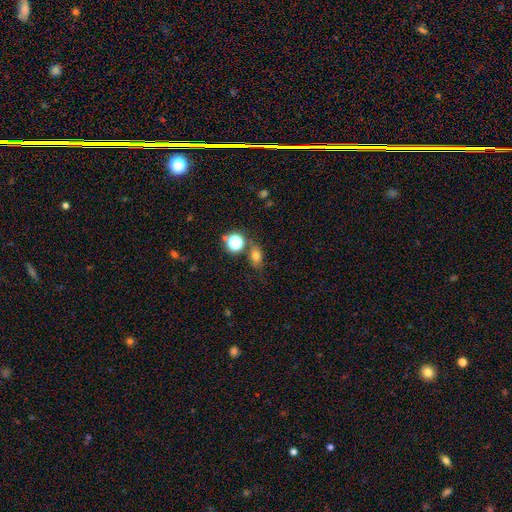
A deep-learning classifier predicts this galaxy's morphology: Smooth or featured? smooth (70%)
How rounded? in between (60%)
Merging? none (70%)